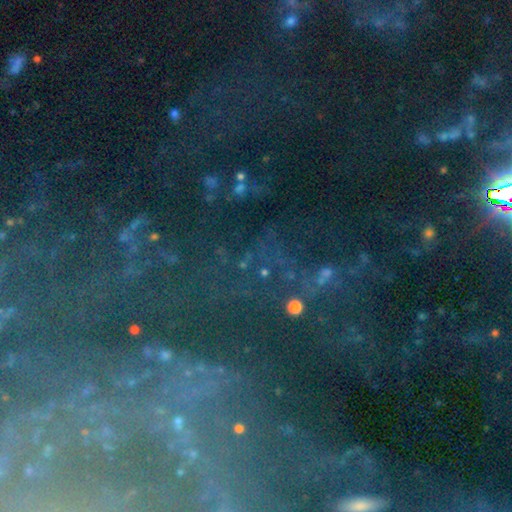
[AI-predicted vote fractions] This appears to be a star or artifact, not a galaxy (64%).